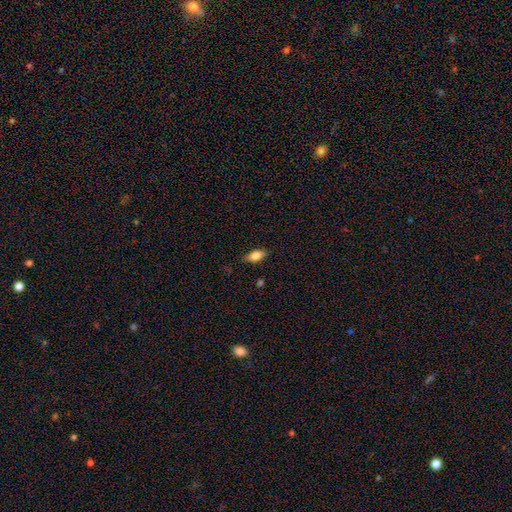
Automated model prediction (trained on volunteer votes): Morphology: type=smooth (80%); roundness=in between (85%); merging=none (81%).